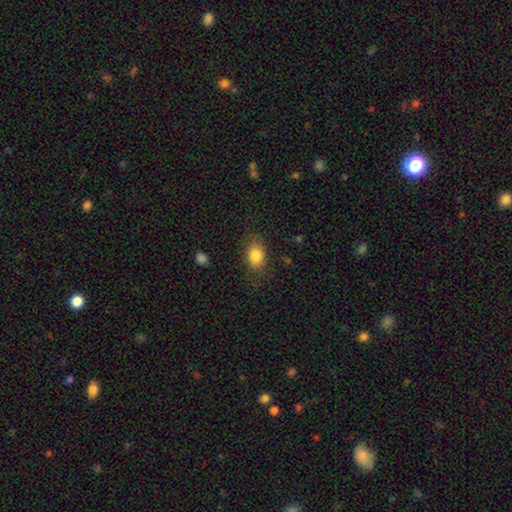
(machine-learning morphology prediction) The model was most divided on "how rounded": in between: 74%, round: 24%, cigar-shaped: 1%. More confident: smooth or featured — smooth (84%); merging — none (80%).